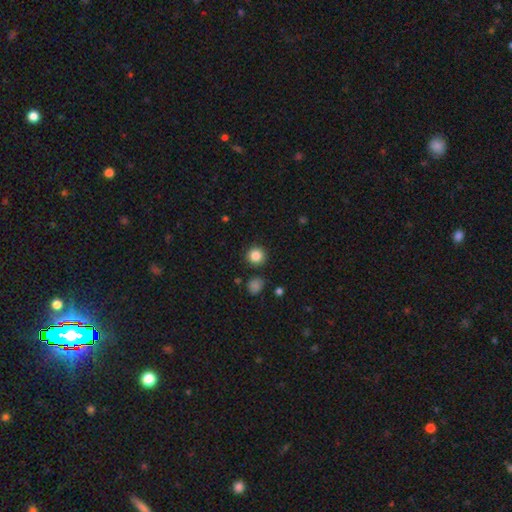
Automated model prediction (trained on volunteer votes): Smooth or featured: smooth — 86% (star or artifact — 10%)
How rounded: round — 94% (in between — 5%)
Merging: none — 89% (minor disturbance — 6%)